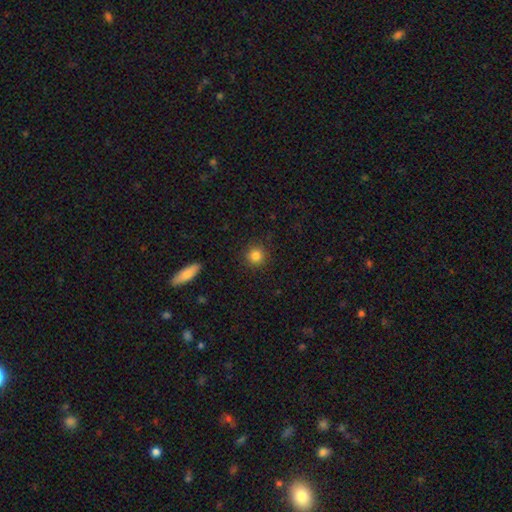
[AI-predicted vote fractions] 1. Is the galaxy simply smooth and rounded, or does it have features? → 84% smooth, 11% star or artifact, 5% featured or disk.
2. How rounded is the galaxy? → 93% round, 6% in between, 1% cigar-shaped.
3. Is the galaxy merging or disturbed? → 90% none, 7% minor disturbance, 2% major disturbance, 1% merger.